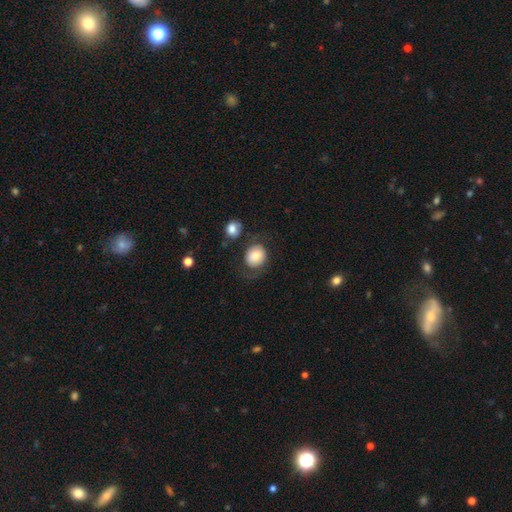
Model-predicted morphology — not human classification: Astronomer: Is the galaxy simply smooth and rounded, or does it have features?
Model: smooth — 73%.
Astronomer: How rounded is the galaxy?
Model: round — 74%.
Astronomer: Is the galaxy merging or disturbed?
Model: none — 67%.